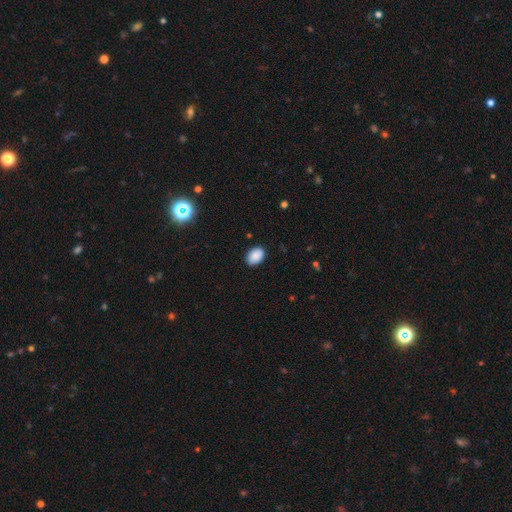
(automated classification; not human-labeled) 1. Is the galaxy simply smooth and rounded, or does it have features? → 88% smooth, 8% star or artifact, 4% featured or disk.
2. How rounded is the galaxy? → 84% in between, 15% round, 1% cigar-shaped.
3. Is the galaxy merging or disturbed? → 87% none, 10% minor disturbance, 2% major disturbance, 1% merger.